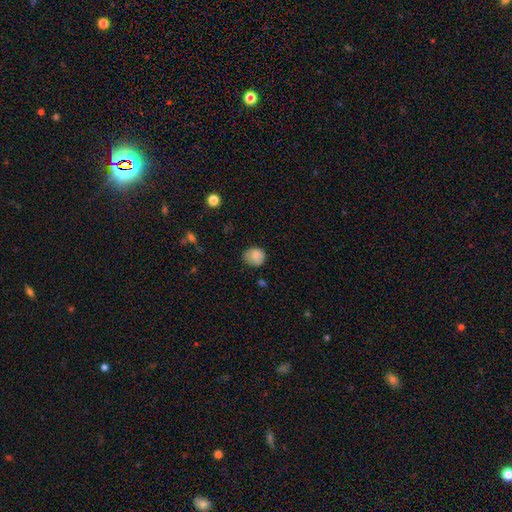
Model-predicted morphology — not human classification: Smooth or featured: smooth — 82% (featured or disk — 10%)
How rounded: round — 74% (in between — 25%)
Merging: none — 69% (minor disturbance — 24%)